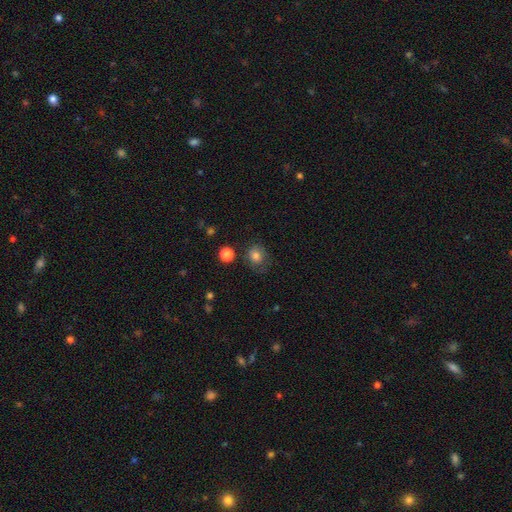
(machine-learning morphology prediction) smooth-or-featured: smooth: 78% | star or artifact: 12% | featured or disk: 11%
  how-rounded: round: 72% | in between: 27% | cigar-shaped: 1%
  merging: none: 67% | minor disturbance: 21% | major disturbance: 9% | merger: 3%